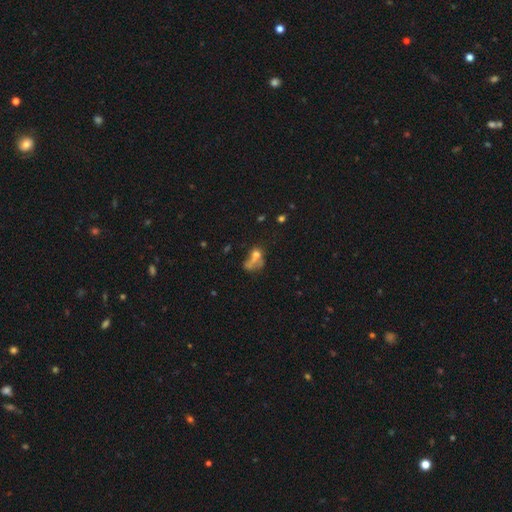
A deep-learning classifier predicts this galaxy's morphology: type=smooth (50%); roundness=in between (62%); merging=major disturbance (32%).